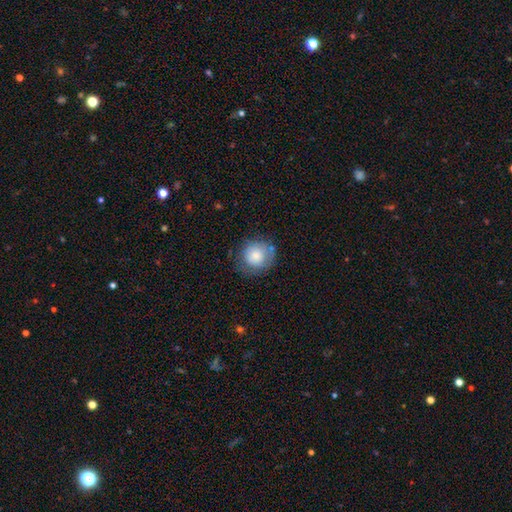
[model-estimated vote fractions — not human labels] Smooth or featured: smooth — 77% (featured or disk — 15%)
How rounded: round — 89% (in between — 10%)
Merging: none — 72% (minor disturbance — 19%)